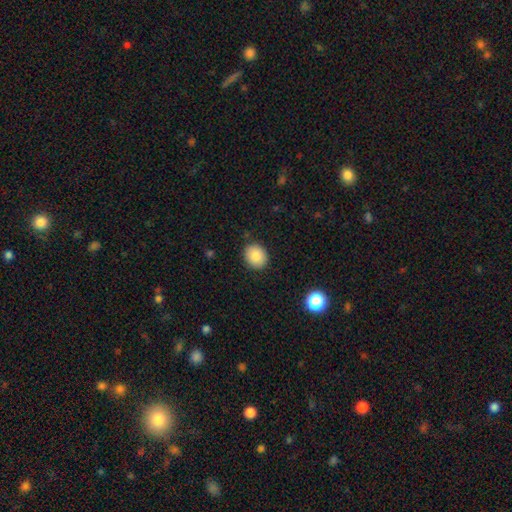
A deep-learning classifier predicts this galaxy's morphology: smooth_or_featured: smooth (p=0.84) [alt: star or artifact p=0.09]
how_rounded: round (p=0.69) [alt: in between p=0.31]
merging: none (p=0.88) [alt: minor disturbance p=0.08]